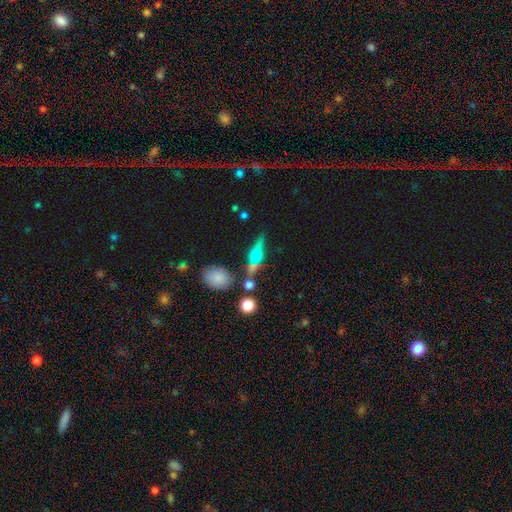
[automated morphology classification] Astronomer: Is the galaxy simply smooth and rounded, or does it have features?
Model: featured or disk — 55% (runner-up: smooth, 33%).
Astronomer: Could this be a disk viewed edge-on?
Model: yes — 85%.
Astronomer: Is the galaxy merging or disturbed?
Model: none — 58%.